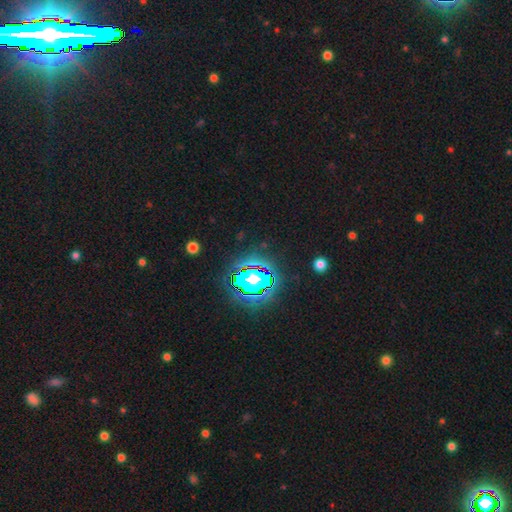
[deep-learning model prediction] A star or artifact, not a galaxy (86%).